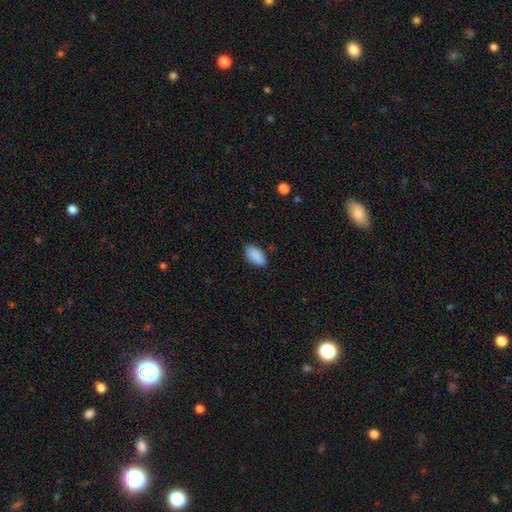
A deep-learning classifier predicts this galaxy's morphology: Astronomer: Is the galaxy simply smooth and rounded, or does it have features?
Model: smooth — 89%.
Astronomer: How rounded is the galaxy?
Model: in between — 94%.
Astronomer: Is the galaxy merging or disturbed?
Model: none — 81%.